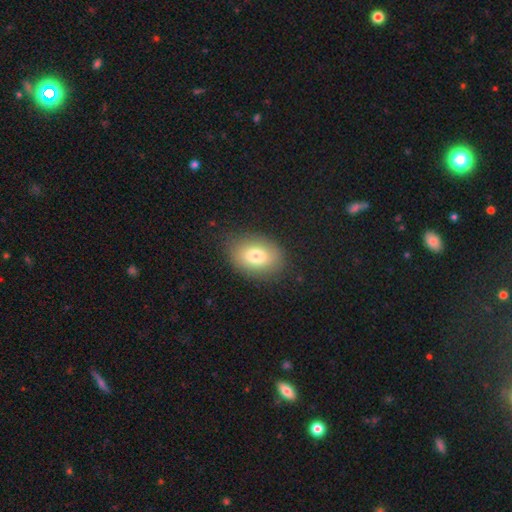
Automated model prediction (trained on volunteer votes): smooth 78%, featured or disk 13%, star or artifact 9%. Down the decision tree: how rounded — in between (77%); merging — none (82%).